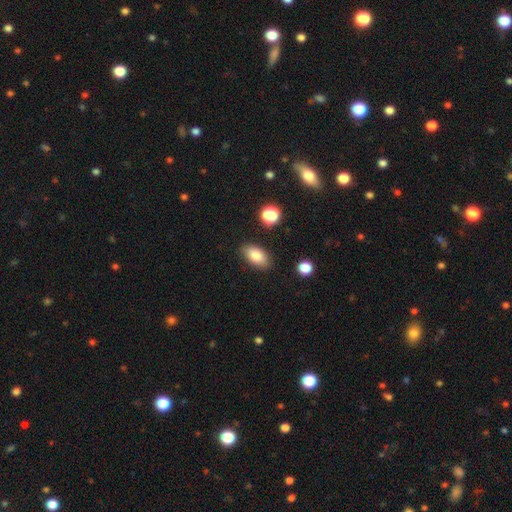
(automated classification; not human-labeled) smooth 83%, featured or disk 9%, star or artifact 8%. Down the decision tree: how rounded — in between (91%); merging — none (85%).